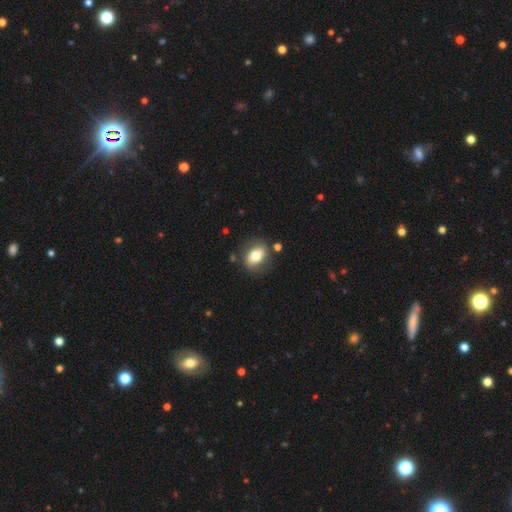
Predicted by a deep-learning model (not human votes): This is likely a smooth galaxy (72%). How rounded: likely in between (73%). Merging: likely none (78%).